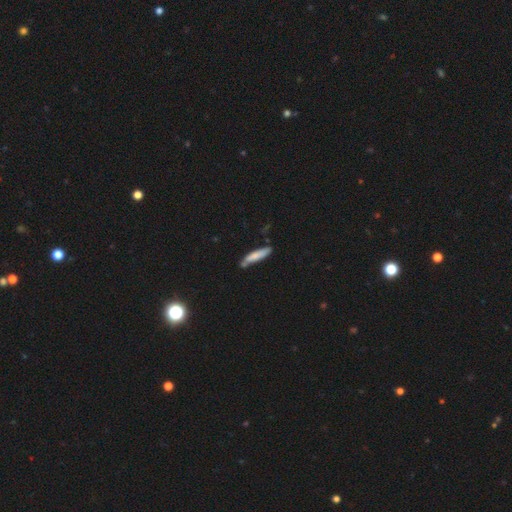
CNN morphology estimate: Q: Smooth or featured?
A: smooth (72%); runner-up: featured or disk (22%)
Q: How rounded?
A: cigar-shaped (85%); runner-up: in between (14%)
Q: Merging?
A: none (67%); runner-up: minor disturbance (21%)